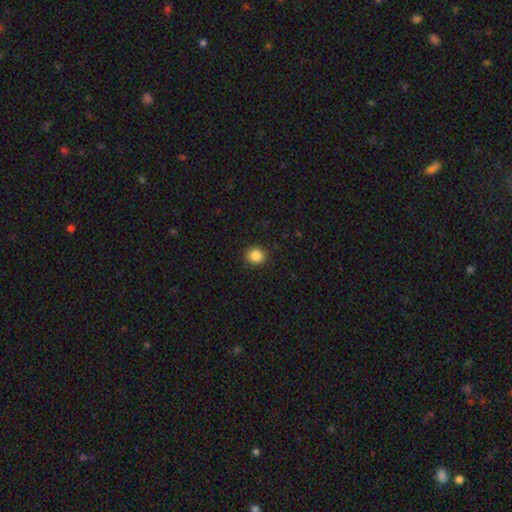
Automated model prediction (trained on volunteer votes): The model was most divided on "how rounded": round: 82%, in between: 17%, cigar-shaped: 1%. More confident: merging — none (91%); smooth or featured — smooth (86%).